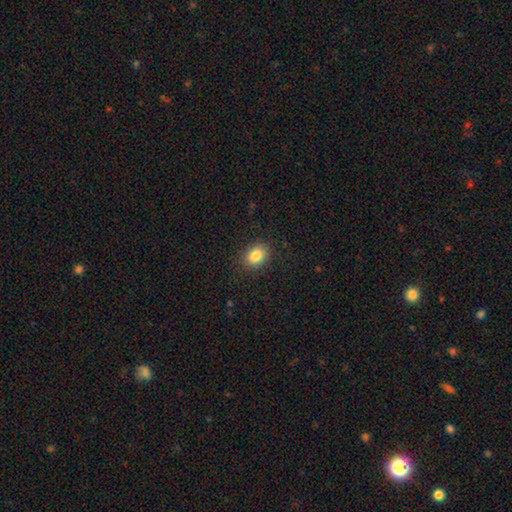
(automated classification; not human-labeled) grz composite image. It shows a smooth galaxy with no disk features (85%) that is in between round and cigar-shaped (58%). Merging: none (87%).